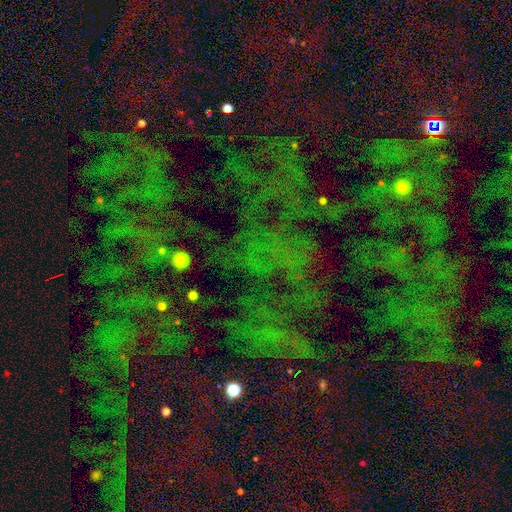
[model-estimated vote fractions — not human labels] Smooth or featured? Predicted: star or artifact (p=0.73).